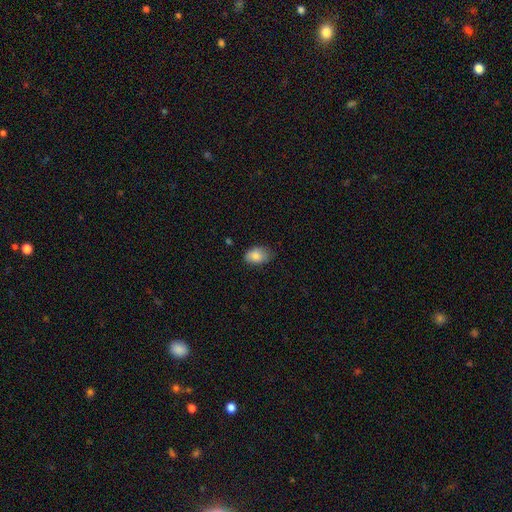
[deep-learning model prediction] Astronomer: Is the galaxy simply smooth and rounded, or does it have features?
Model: smooth — 85%.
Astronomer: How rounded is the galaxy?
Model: in between — 85%.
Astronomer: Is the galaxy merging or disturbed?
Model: none — 67%.